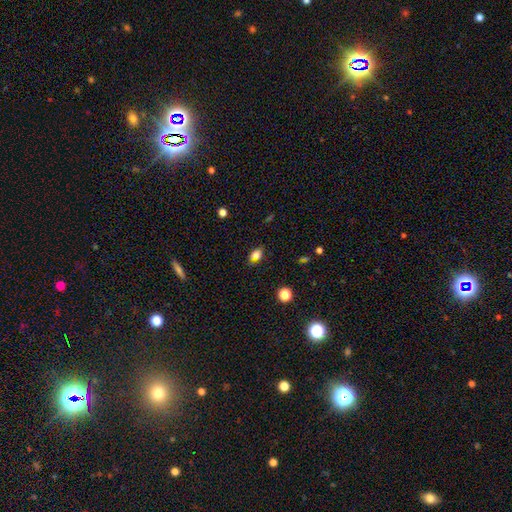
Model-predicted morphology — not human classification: smooth-or-featured: smooth: 80% | star or artifact: 12% | featured or disk: 7%
  how-rounded: in between: 81% | round: 17% | cigar-shaped: 3%
  merging: none: 78% | minor disturbance: 15% | major disturbance: 3% | merger: 3%